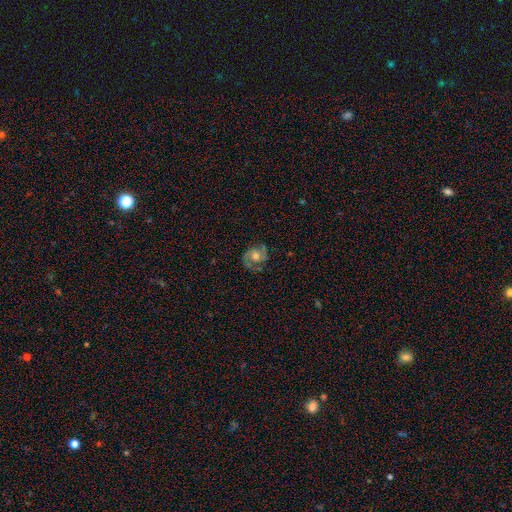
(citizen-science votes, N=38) Smooth or featured?
  - featured or disk: 79% *
  - smooth: 13%
  - star or artifact: 8%
Edge-on disk?
  - no: 97% *
  - yes: 3%
Bar?
  - no: 52% *
  - weak: 41%
  - strong: 7%
Spiral arms?
  - yes: 100% *
  - no: 0%
Spiral winding?
  - medium: 55% *
  - tight: 34%
  - loose: 10%
Spiral arm count?
  - 2: 86% *
  - 1: 14%
  - 3: 0%
  - 4: 0%
  - more than 4: 0%
  - can't tell: 0%
Bulge size?
  - moderate: 72% *
  - small: 14%
  - none: 7%
  - dominant: 3%
  - large: 3%
Merging?
  - none: 86% *
  - minor disturbance: 9%
  - major disturbance: 6%
  - merger: 0%